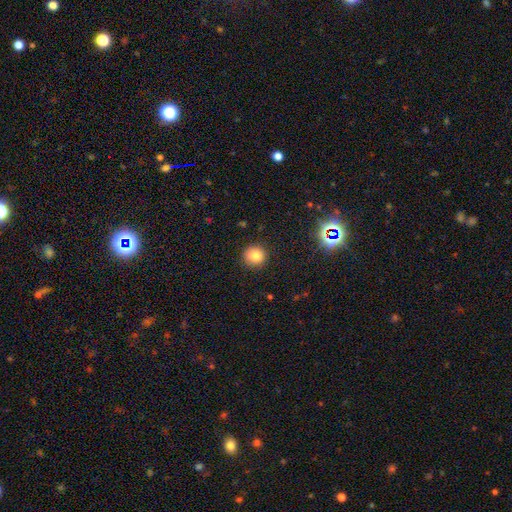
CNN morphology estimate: smooth-or-featured: smooth: 79% | star or artifact: 13% | featured or disk: 7%
  how-rounded: round: 92% | in between: 7% | cigar-shaped: 1%
  merging: none: 88% | minor disturbance: 9% | major disturbance: 2% | merger: 1%